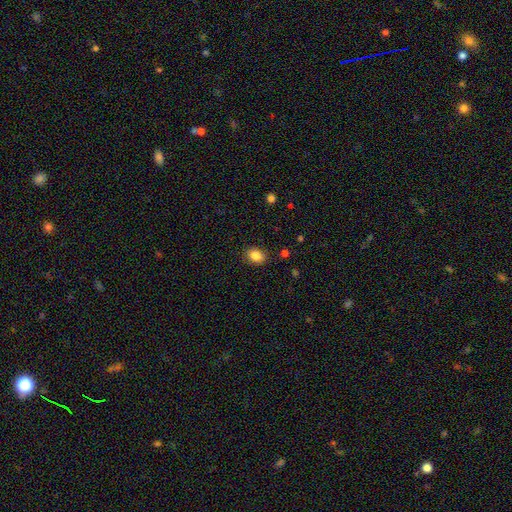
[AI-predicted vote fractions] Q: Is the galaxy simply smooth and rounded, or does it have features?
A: smooth — 86%.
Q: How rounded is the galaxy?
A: in between — 59%.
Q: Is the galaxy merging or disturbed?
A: none — 86%.